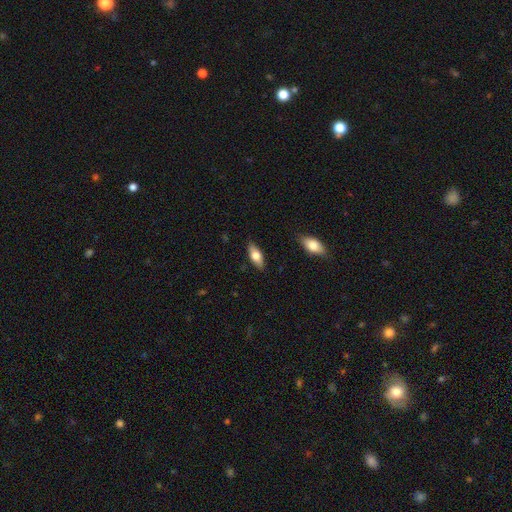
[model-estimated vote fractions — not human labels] Smooth or featured? Predicted: smooth (p=0.68). How rounded? Predicted: in between (p=0.81). Merging? Predicted: none (p=0.86).